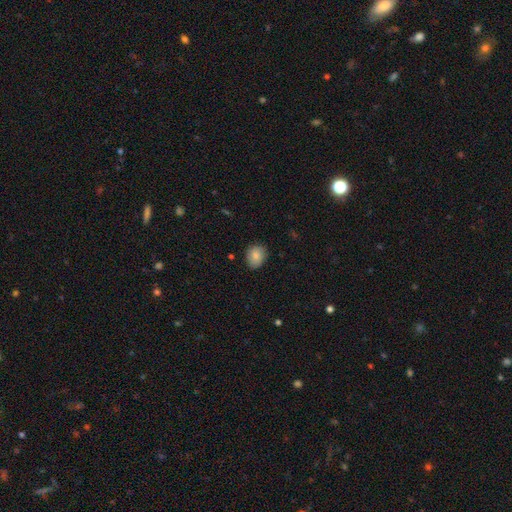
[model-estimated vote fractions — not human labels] A smooth galaxy with no disk features (81%) that is round (57%).

Vote fractions:
- Smooth or featured? smooth: 81% / featured or disk: 11% / star or artifact: 8%
- How rounded? round: 57% / in between: 42% / cigar-shaped: 1%
- Merging? none: 80% / minor disturbance: 16% / major disturbance: 3% / merger: 1%